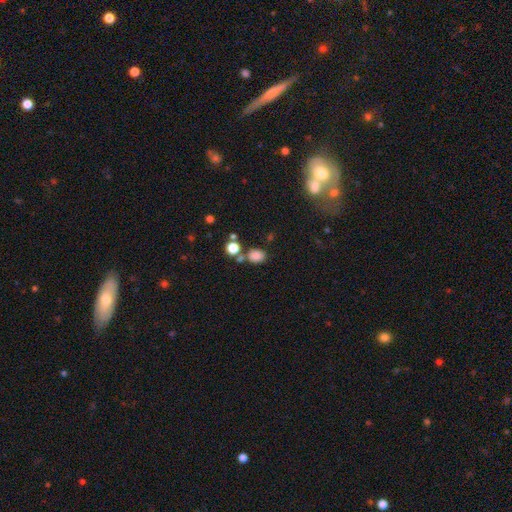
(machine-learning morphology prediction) type=smooth (82%); roundness=in between (52%); merging=none (65%).